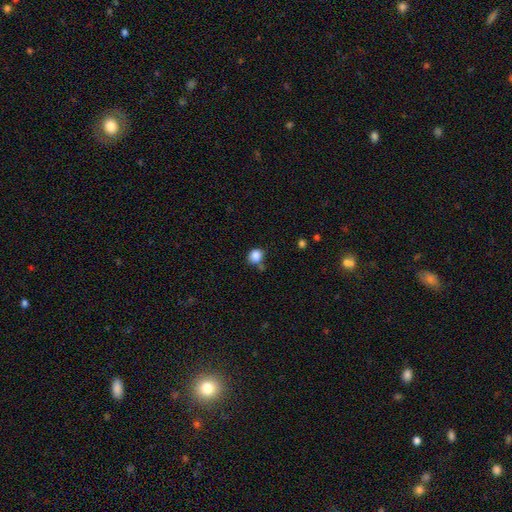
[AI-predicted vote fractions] Smooth or featured? Predicted: smooth (p=0.86). How rounded? Predicted: round (p=0.76). Merging? Predicted: none (p=0.64).